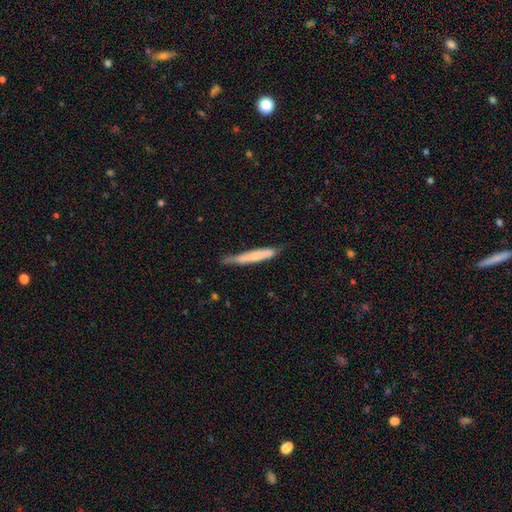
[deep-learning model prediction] smooth_or_featured: smooth (p=0.64) [alt: featured or disk p=0.30]
how_rounded: cigar-shaped (p=0.95) [alt: in between p=0.04]
merging: none (p=0.65) [alt: minor disturbance p=0.27]